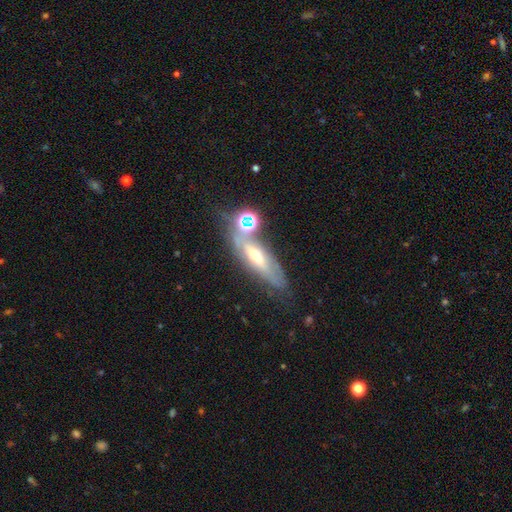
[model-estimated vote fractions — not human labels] This appears to be a featured or disk galaxy (59%) viewed edge-on (56%). Merging: none (50%).